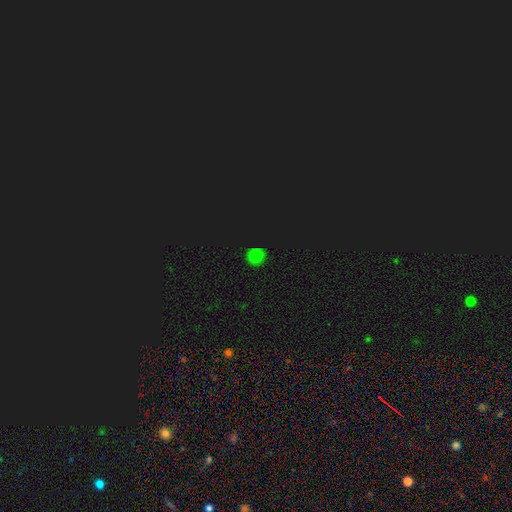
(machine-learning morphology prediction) Smooth or featured: smooth — 61% (star or artifact — 35%)
How rounded: round — 89% (in between — 10%)
Merging: none — 87% (minor disturbance — 9%)